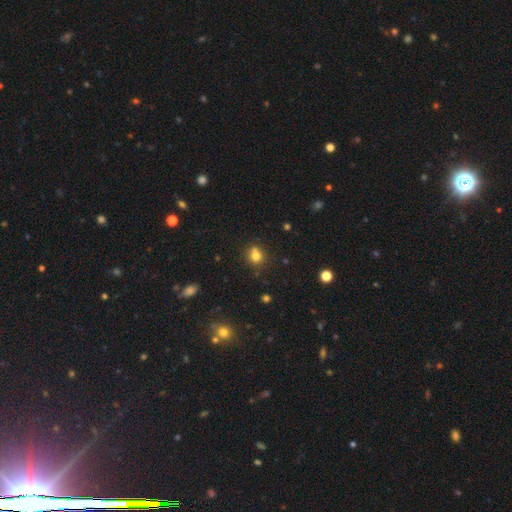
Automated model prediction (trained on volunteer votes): smooth 76%, star or artifact 15%, featured or disk 9%. Down the decision tree: how rounded — round (81%); merging — none (67%).